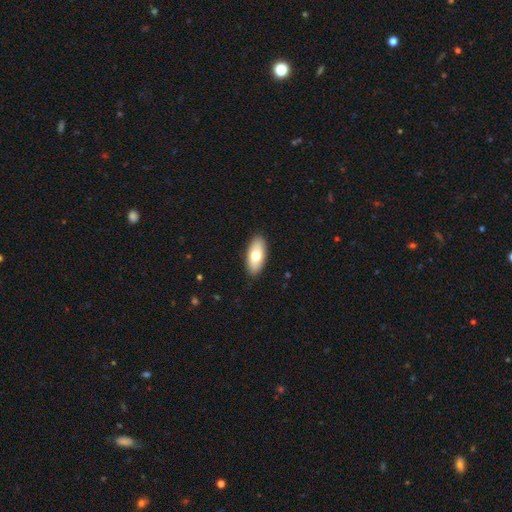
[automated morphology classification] smooth 73%, featured or disk 22%, star or artifact 6%. Down the decision tree: how rounded — in between (88%); merging — none (90%).